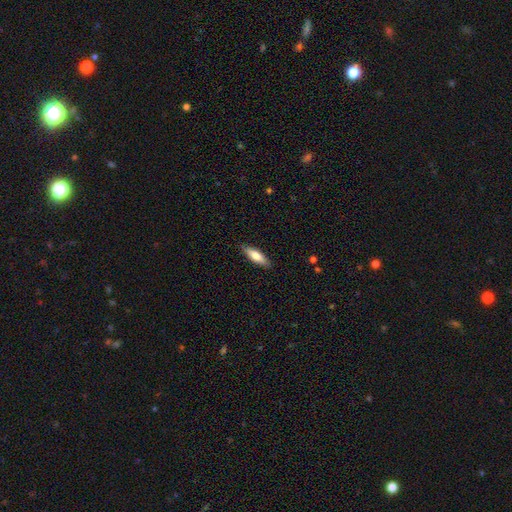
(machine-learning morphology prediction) Smooth or featured? Predicted: smooth (p=0.67). How rounded? Predicted: cigar-shaped (p=0.59). Merging? Predicted: none (p=0.88).